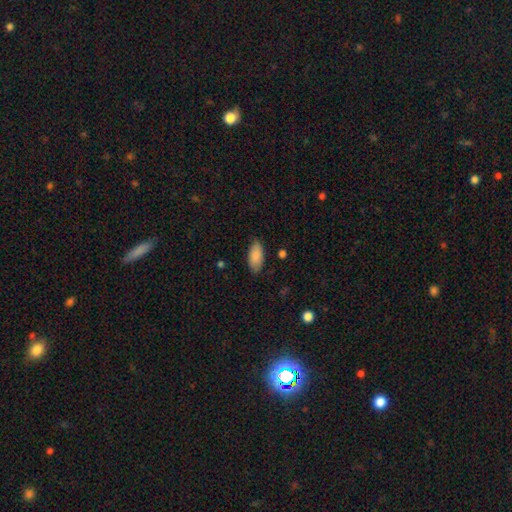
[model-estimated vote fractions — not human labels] Smooth or featured: smooth — 86% (featured or disk — 8%)
How rounded: in between — 92% (cigar-shaped — 6%)
Merging: none — 79% (minor disturbance — 17%)